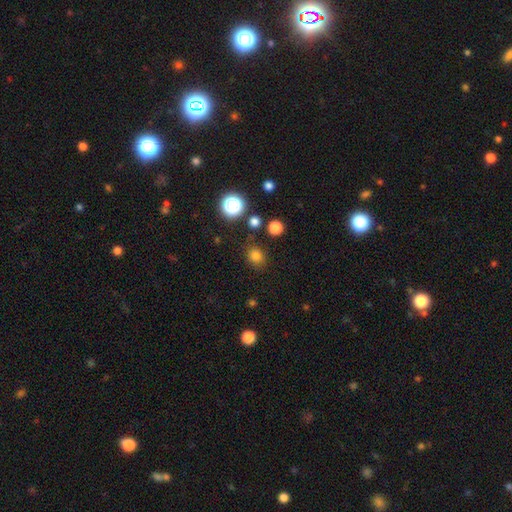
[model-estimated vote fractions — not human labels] smooth-or-featured: smooth: 78% | star or artifact: 17% | featured or disk: 5%
  how-rounded: round: 78% | in between: 21% | cigar-shaped: 1%
  merging: none: 84% | minor disturbance: 10% | major disturbance: 3% | merger: 3%